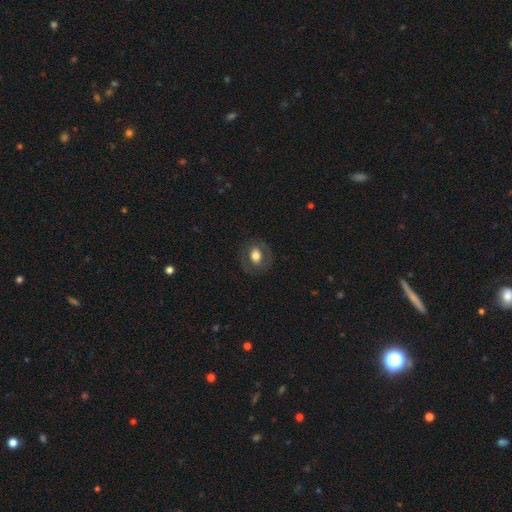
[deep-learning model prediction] Overall: smooth (56%; featured or disk 36%). How rounded: in between (53%; round 46%). Merging: none (79%).